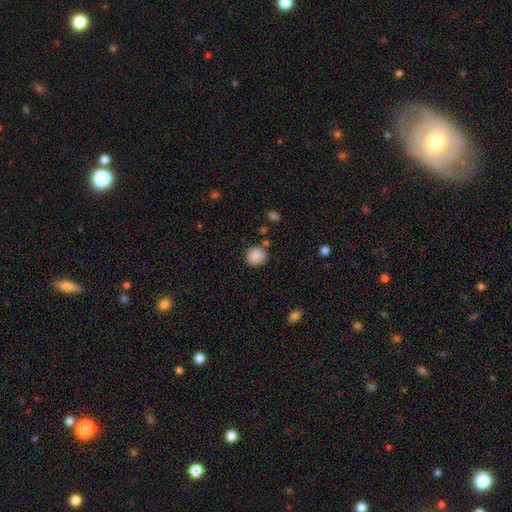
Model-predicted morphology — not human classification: Smooth or featured?
  - smooth: 88% *
  - star or artifact: 9%
  - featured or disk: 3%
How rounded?
  - round: 89% *
  - in between: 10%
  - cigar-shaped: 1%
Merging?
  - none: 81% *
  - minor disturbance: 10%
  - merger: 5%
  - major disturbance: 3%